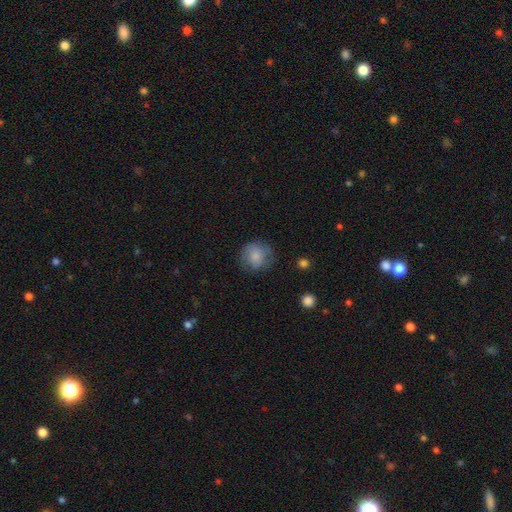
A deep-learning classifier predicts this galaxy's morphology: type=smooth (80%); roundness=round (83%); merging=none (70%).